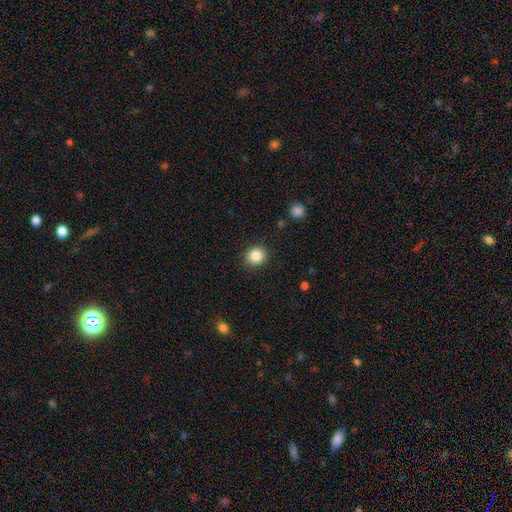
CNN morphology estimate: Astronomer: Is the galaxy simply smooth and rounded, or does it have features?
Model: smooth — 85%.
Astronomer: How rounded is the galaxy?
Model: round — 86%.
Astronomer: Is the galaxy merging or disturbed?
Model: none — 89%.